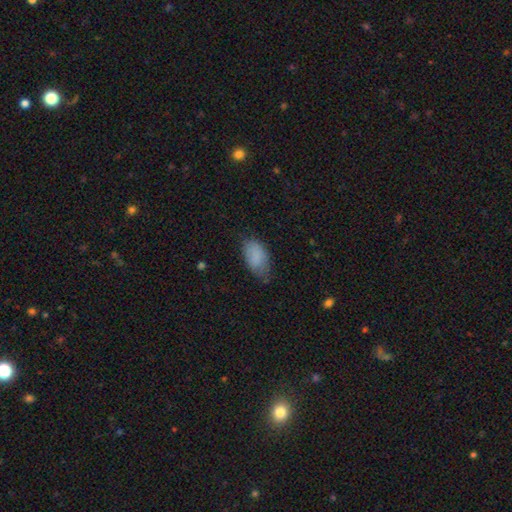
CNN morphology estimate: This is clearly a smooth galaxy (84%). How rounded: clearly in between (94%). Merging: likely none (60%).